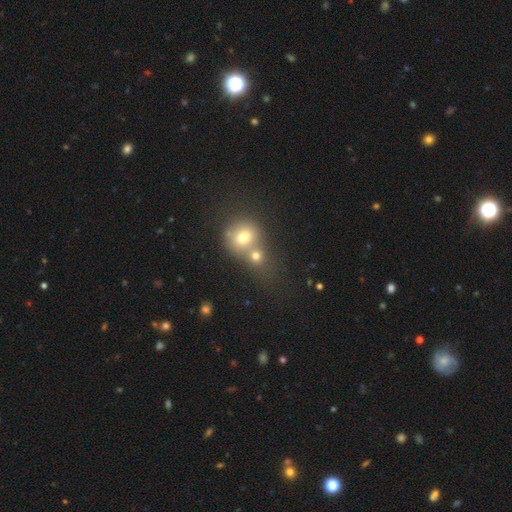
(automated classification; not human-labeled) A smooth galaxy with no disk features (69%) that is round (78%). Merging: merger (57%).